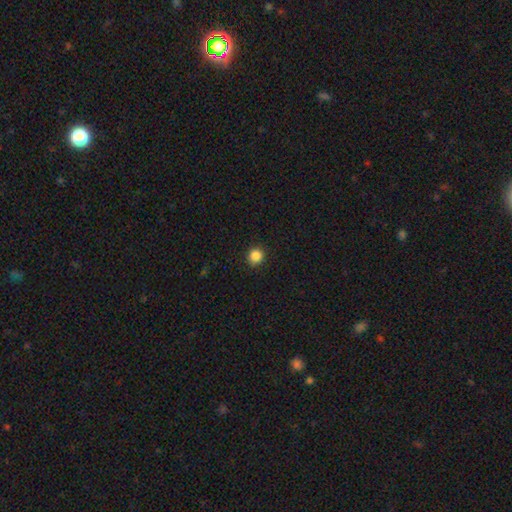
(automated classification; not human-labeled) smooth 86%, star or artifact 11%, featured or disk 3%. Down the decision tree: how rounded — round (92%); merging — none (91%).